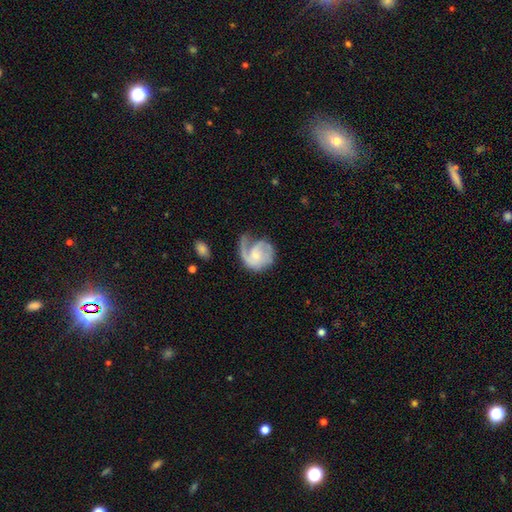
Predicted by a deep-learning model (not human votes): featured or disk 80%, smooth 15%, star or artifact 5%. Down the decision tree: edge-on disk — no (98%); bar — no (66%); spiral arms — yes (93%); spiral arm count — 1 (47%); spiral winding — medium (44%); bulge size — small (62%); merging — none (45%).